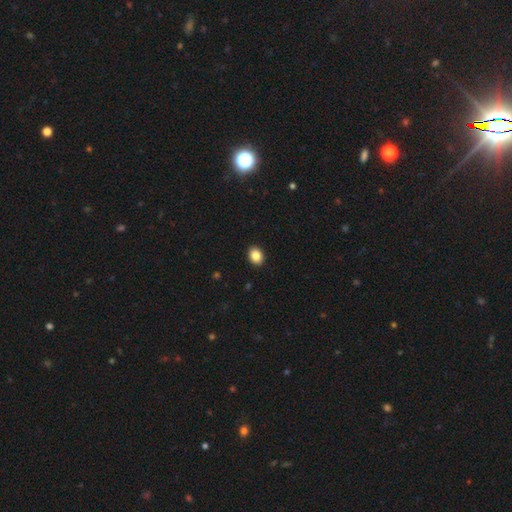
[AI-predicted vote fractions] Smooth or featured?
  - smooth: 87% *
  - star or artifact: 8%
  - featured or disk: 5%
How rounded?
  - in between: 65% *
  - round: 34%
  - cigar-shaped: 1%
Merging?
  - none: 92% *
  - minor disturbance: 6%
  - major disturbance: 2%
  - merger: 1%